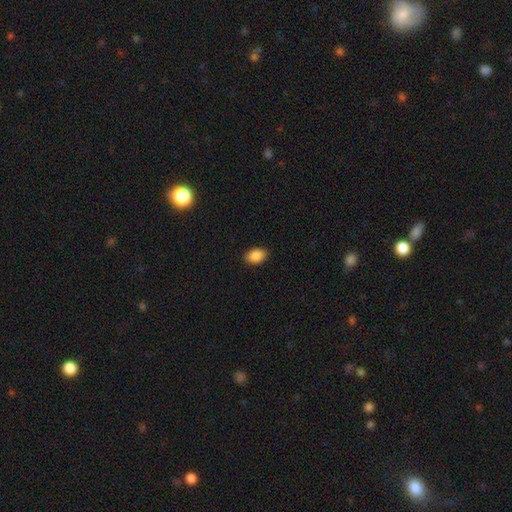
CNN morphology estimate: This is clearly a smooth galaxy (88%). How rounded: clearly in between (87%). Merging: clearly none (89%).